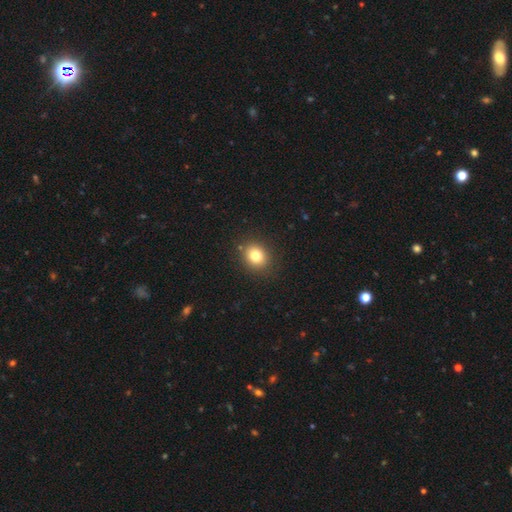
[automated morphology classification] A smooth galaxy with no disk features (79%) that is round (71%).

Vote fractions:
- Smooth or featured? smooth: 79% / star or artifact: 12% / featured or disk: 8%
- How rounded? round: 71% / in between: 28% / cigar-shaped: 1%
- Merging? none: 88% / minor disturbance: 8% / major disturbance: 3% / merger: 2%